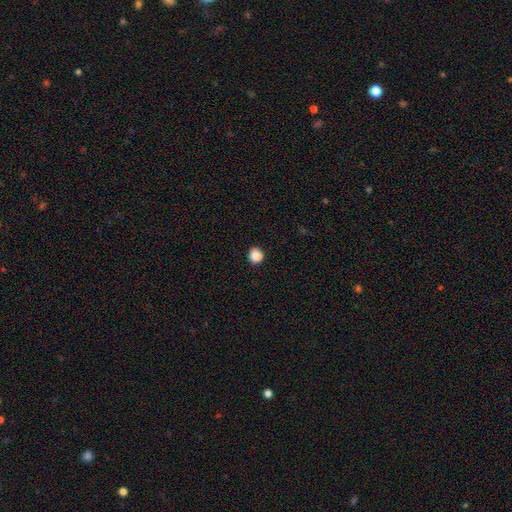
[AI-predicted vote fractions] A smooth galaxy with no disk features (88%) that is round (89%).

Vote fractions:
- Smooth or featured? smooth: 88% / star or artifact: 10% / featured or disk: 2%
- How rounded? round: 89% / in between: 10% / cigar-shaped: 1%
- Merging? none: 90% / minor disturbance: 7% / major disturbance: 2% / merger: 1%